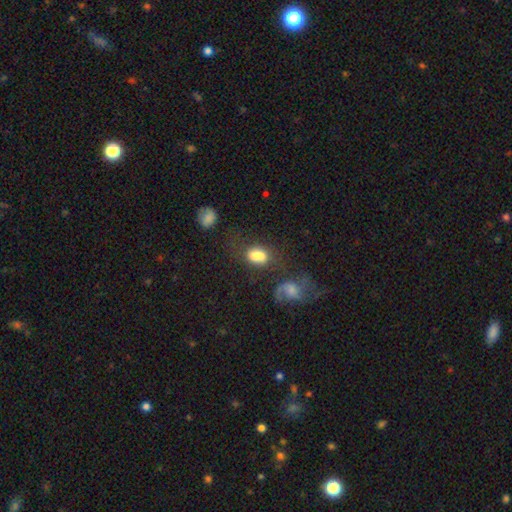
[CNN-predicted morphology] The model was most divided on "merging": none: 35%, merger: 34%, minor disturbance: 17%, major disturbance: 14%. More confident: how rounded — in between (77%); smooth or featured — smooth (72%).